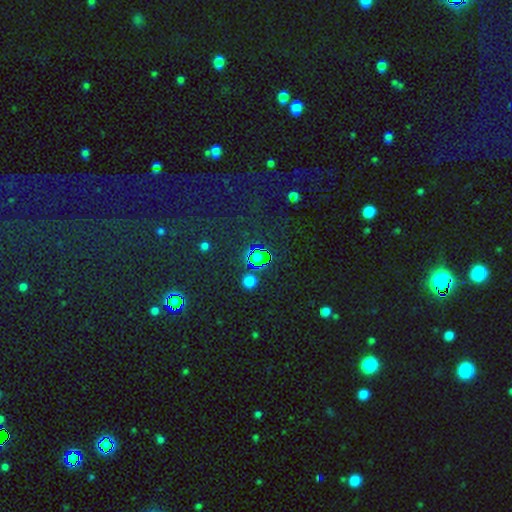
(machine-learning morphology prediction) star or artifact 57%, smooth 35%, featured or disk 8%.